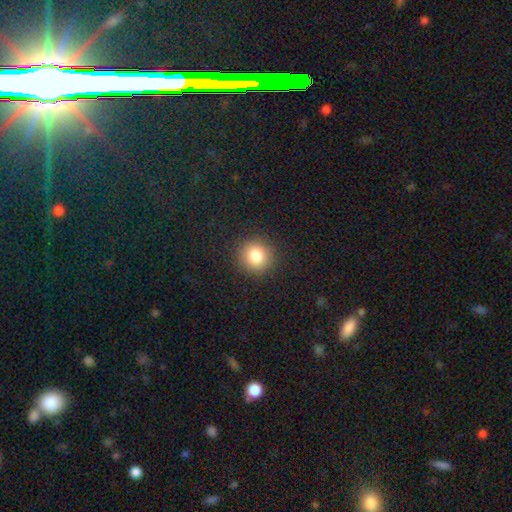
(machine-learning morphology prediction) Smooth or featured? Predicted: smooth (p=0.83). How rounded? Predicted: round (p=0.92). Merging? Predicted: none (p=0.91).